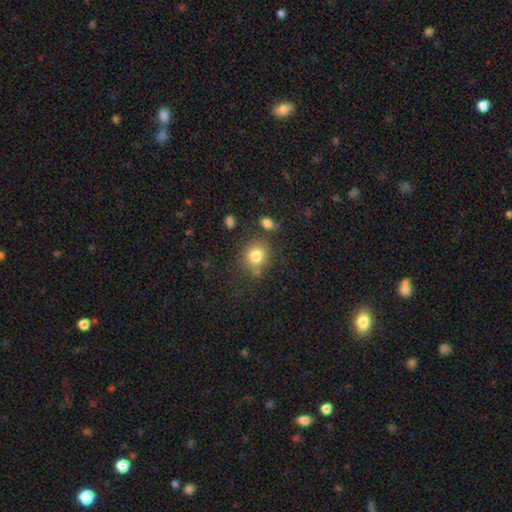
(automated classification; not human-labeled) Smooth or featured: smooth — 80% (star or artifact — 11%)
How rounded: round — 83% (in between — 16%)
Merging: none — 77% (minor disturbance — 12%)